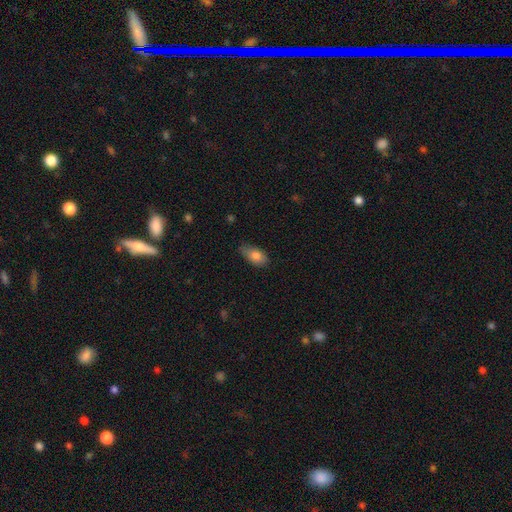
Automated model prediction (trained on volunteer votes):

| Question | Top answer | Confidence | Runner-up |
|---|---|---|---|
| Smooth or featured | smooth | 81% | featured or disk (12%) |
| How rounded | in between | 91% | round (5%) |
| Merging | none | 68% | minor disturbance (27%) |